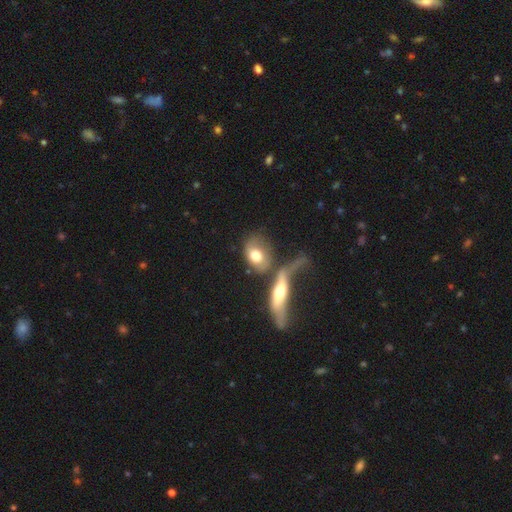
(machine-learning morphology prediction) Overall: smooth (63%; featured or disk 30%). How rounded: in between (73%). Merging: merger (41%; none 32%).